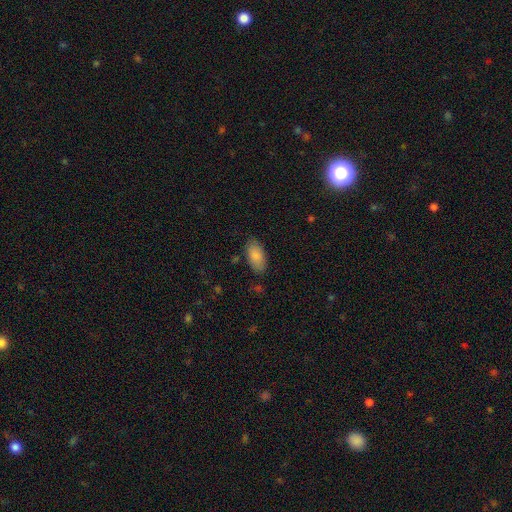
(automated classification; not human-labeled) Smooth or featured: smooth — 86% (featured or disk — 8%)
How rounded: in between — 93% (cigar-shaped — 5%)
Merging: none — 81% (minor disturbance — 14%)